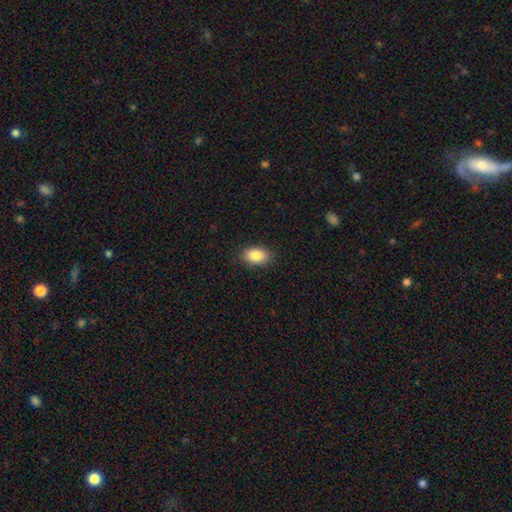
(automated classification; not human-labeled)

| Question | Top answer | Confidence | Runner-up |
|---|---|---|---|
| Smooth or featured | smooth | 87% | star or artifact (7%) |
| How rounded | in between | 90% | round (8%) |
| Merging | none | 88% | minor disturbance (9%) |